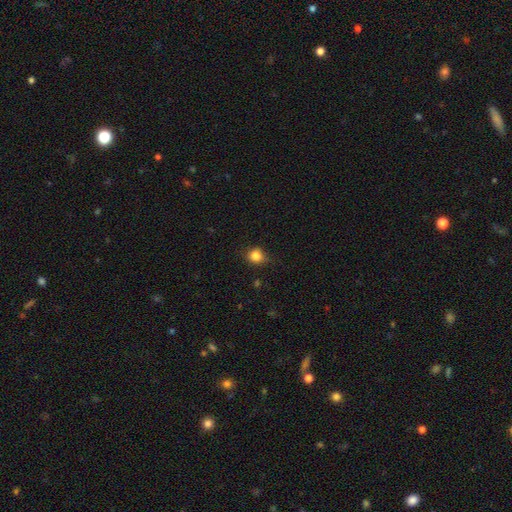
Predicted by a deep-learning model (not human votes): Smooth or featured: smooth — 84% (star or artifact — 11%)
How rounded: round — 75% (in between — 24%)
Merging: none — 76% (minor disturbance — 19%)